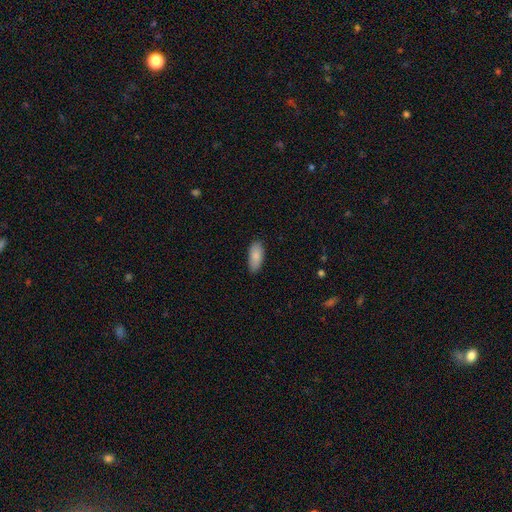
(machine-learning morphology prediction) smooth-or-featured: smooth: 88% | featured or disk: 6% | star or artifact: 6%
  how-rounded: in between: 87% | cigar-shaped: 11% | round: 2%
  merging: none: 85% | minor disturbance: 12% | major disturbance: 2% | merger: 1%